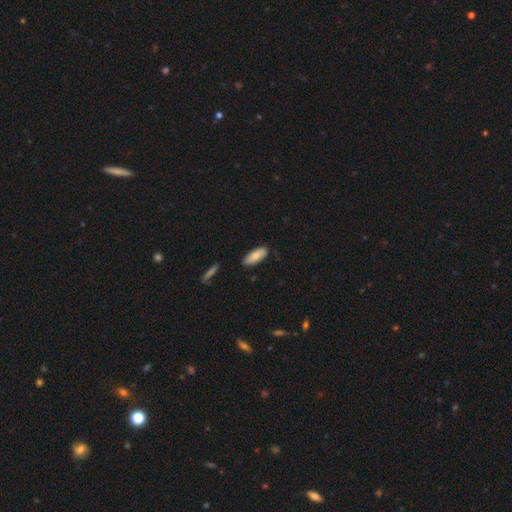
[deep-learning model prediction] smooth-or-featured: smooth: 83% | featured or disk: 11% | star or artifact: 6%
  how-rounded: in between: 80% | cigar-shaped: 19% | round: 2%
  merging: none: 83% | minor disturbance: 13% | major disturbance: 2% | merger: 2%